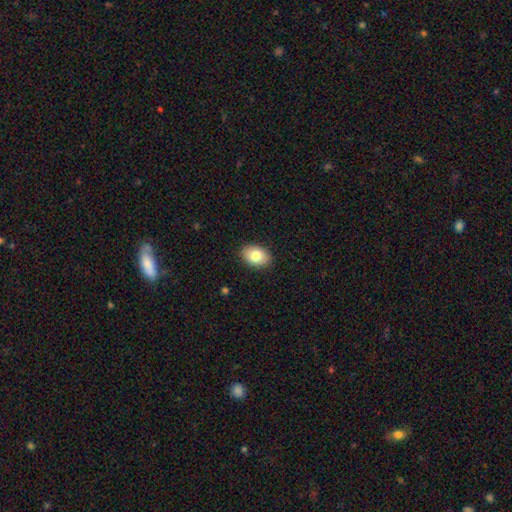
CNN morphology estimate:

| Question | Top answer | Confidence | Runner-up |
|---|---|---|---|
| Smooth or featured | smooth | 80% | featured or disk (12%) |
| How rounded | in between | 83% | round (16%) |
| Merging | none | 89% | minor disturbance (8%) |